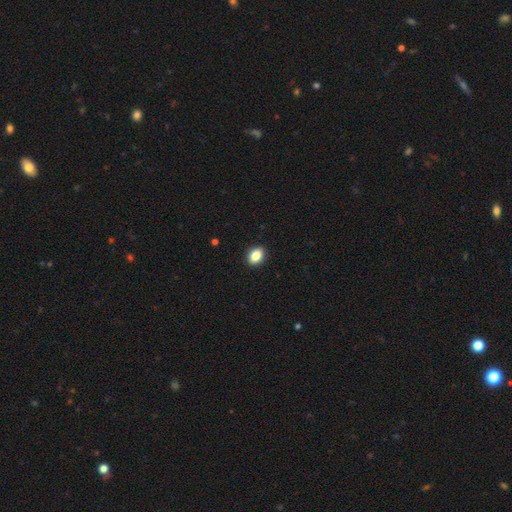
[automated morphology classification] type=smooth (86%); roundness=in between (67%); merging=none (91%).